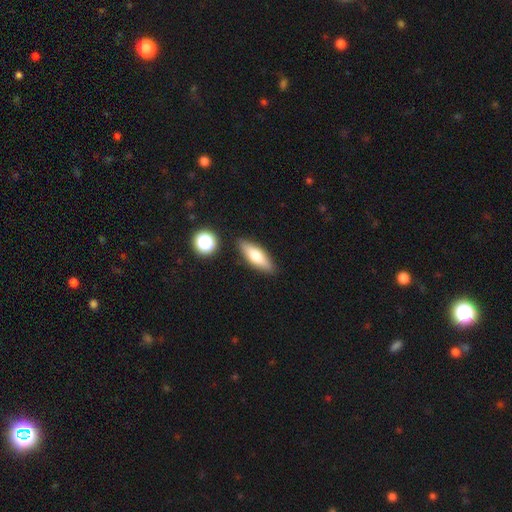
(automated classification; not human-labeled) Smooth or featured?
  - smooth: 65% *
  - featured or disk: 27%
  - star or artifact: 7%
How rounded?
  - in between: 55% *
  - cigar-shaped: 42%
  - round: 3%
Merging?
  - none: 86% *
  - minor disturbance: 9%
  - merger: 3%
  - major disturbance: 2%